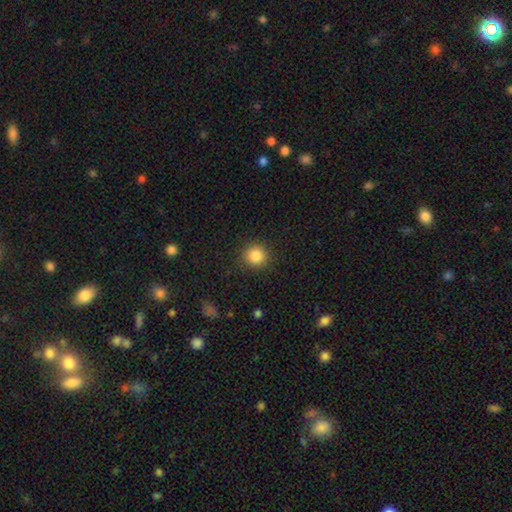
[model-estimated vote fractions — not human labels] smooth-or-featured: smooth: 85% | star or artifact: 11% | featured or disk: 5%
  how-rounded: round: 92% | in between: 7% | cigar-shaped: 1%
  merging: none: 90% | minor disturbance: 6% | major disturbance: 2% | merger: 1%